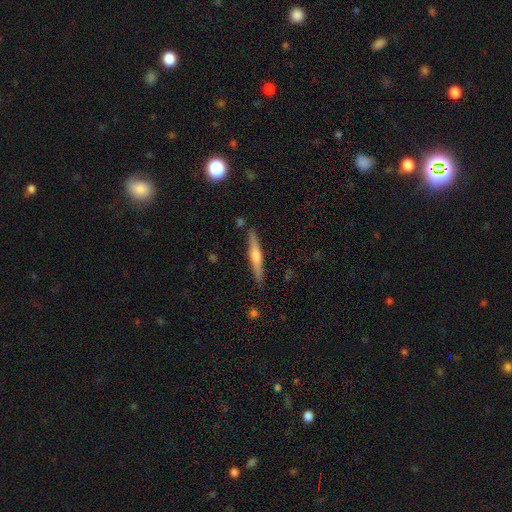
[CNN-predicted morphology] Smooth or featured: featured or disk — 62% (smooth — 32%)
Edge-on disk: yes — 97% (no — 3%)
Edge-on bulge: rounded — 88% (none — 7%)
Merging: none — 89% (minor disturbance — 8%)